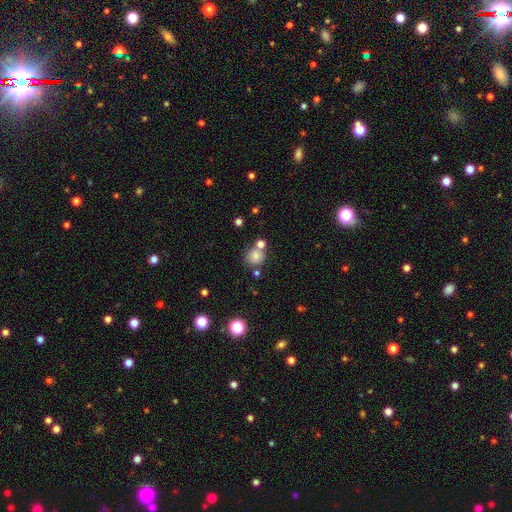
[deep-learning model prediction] Q: Smooth or featured?
A: smooth (78%); runner-up: star or artifact (13%)
Q: How rounded?
A: round (84%); runner-up: in between (15%)
Q: Merging?
A: none (62%); runner-up: merger (21%)